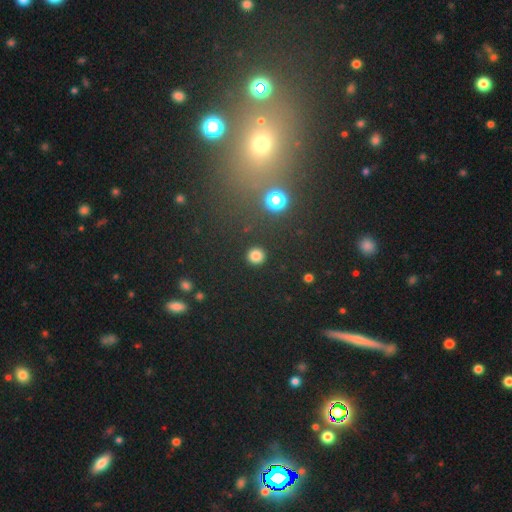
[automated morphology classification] This is clearly a smooth galaxy (82%). How rounded: clearly round (93%). Merging: clearly none (92%).